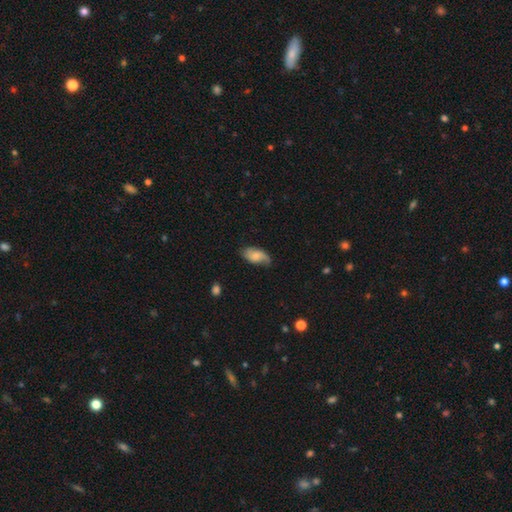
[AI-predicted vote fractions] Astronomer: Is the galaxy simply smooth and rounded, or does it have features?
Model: smooth — 58% (runner-up: featured or disk, 35%).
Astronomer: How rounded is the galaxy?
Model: in between — 92%.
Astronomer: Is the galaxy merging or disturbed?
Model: none — 65%.